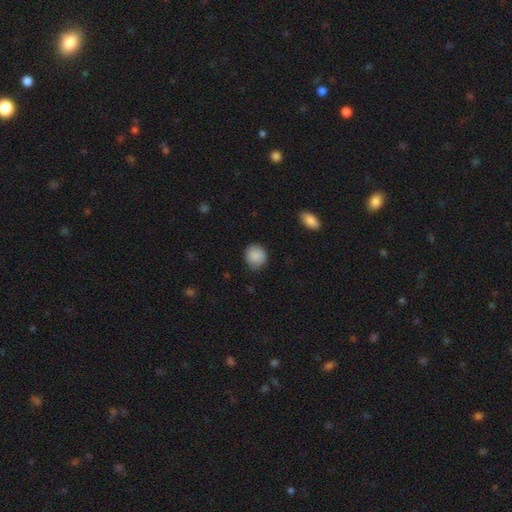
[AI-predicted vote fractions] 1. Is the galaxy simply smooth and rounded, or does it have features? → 88% smooth, 7% star or artifact, 5% featured or disk.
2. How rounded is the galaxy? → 85% round, 14% in between, 1% cigar-shaped.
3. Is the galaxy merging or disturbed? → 82% none, 14% minor disturbance, 3% major disturbance, 1% merger.